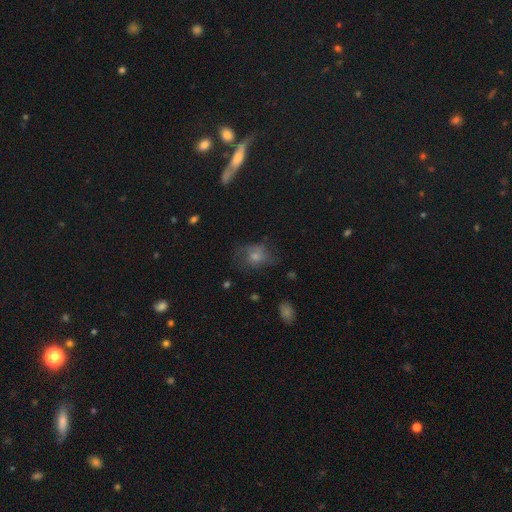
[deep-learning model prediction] Morphology: type=smooth (54%); roundness=round (51%); merging=none (48%).